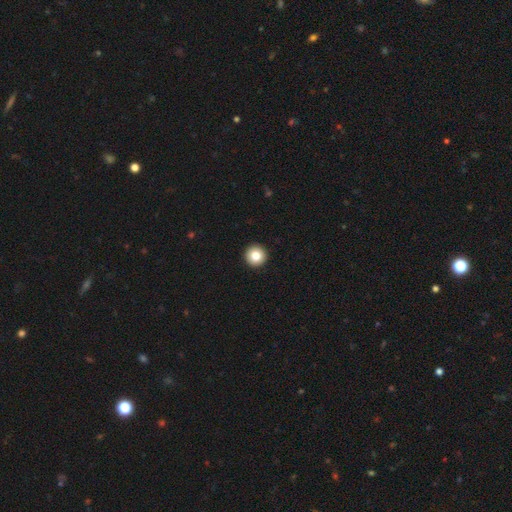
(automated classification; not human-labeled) Smooth or featured: smooth — 83% (star or artifact — 9%)
How rounded: round — 97% (in between — 2%)
Merging: none — 94% (minor disturbance — 3%)